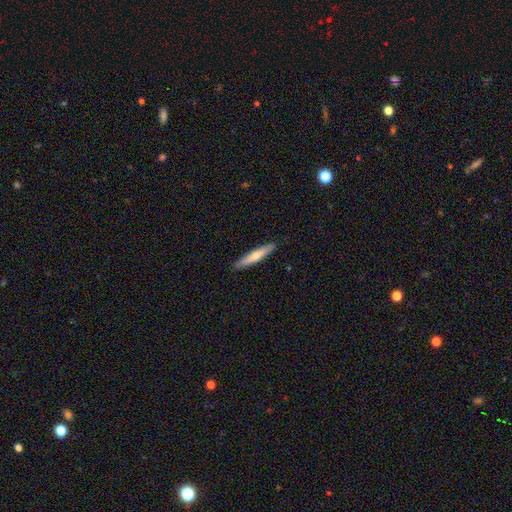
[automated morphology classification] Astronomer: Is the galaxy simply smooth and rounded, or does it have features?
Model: smooth — 59% (runner-up: featured or disk, 36%).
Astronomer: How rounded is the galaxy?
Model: cigar-shaped — 92%.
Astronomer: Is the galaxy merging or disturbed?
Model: none — 91%.